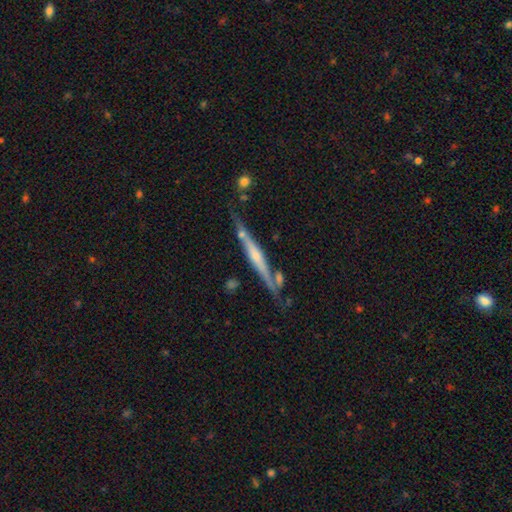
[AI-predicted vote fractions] This appears to be a featured or disk galaxy (71%) viewed edge-on (96%) with a rounded central bulge (50%). Merging: none (72%).